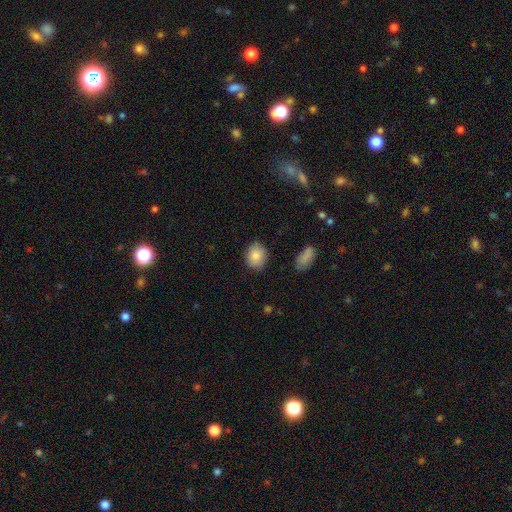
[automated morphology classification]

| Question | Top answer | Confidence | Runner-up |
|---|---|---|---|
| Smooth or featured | smooth | 86% | star or artifact (7%) |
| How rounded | round | 52% | in between (47%) |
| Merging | none | 83% | minor disturbance (13%) |